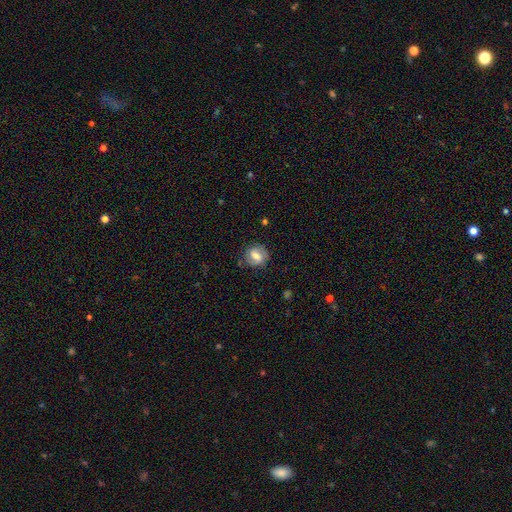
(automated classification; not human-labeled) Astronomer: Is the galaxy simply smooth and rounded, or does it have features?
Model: smooth — 48% (runner-up: featured or disk, 43%).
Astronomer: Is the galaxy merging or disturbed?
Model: none — 74%.